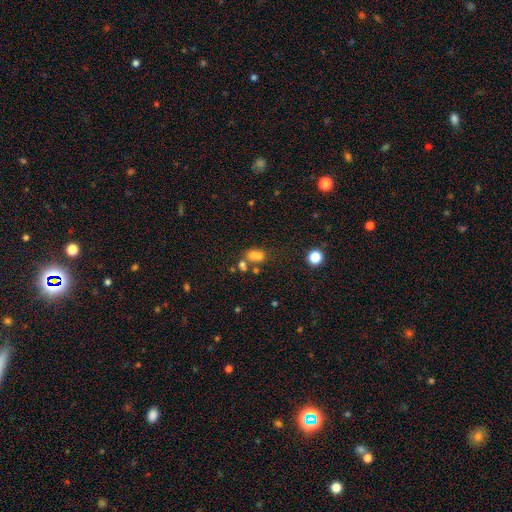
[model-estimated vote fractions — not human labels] smooth_or_featured: smooth (p=0.71) [alt: star or artifact p=0.17]
how_rounded: in between (p=0.78) [alt: round p=0.18]
merging: merger (p=0.40) [alt: none p=0.37]